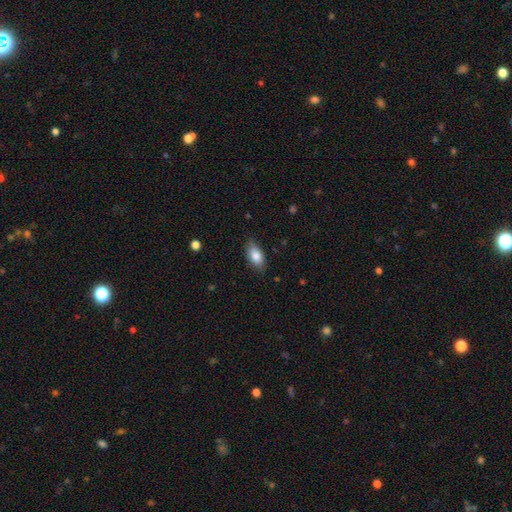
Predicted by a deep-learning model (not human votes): Overall: smooth (84%). How rounded: in between (90%). Merging: none (81%).